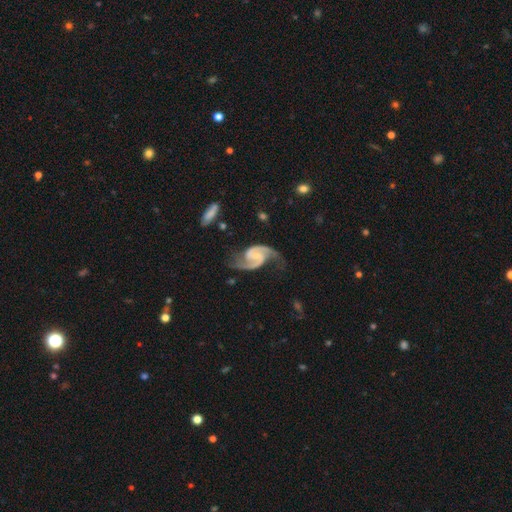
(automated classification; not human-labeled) smooth_or_featured: featured or disk (p=0.93) [alt: star or artifact p=0.04]
disk_edge_on: no (p=0.98) [alt: yes p=0.02]
bar: weak (p=0.47) [alt: no p=0.33]
has_spiral_arms: yes (p=0.98) [alt: no p=0.02]
spiral_winding: medium (p=0.60) [alt: loose p=0.26]
spiral_arm_count: 2 (p=0.94) [alt: can't tell p=0.01]
bulge_size: small (p=0.46) [alt: none p=0.36]
merging: none (p=0.68) [alt: minor disturbance p=0.19]